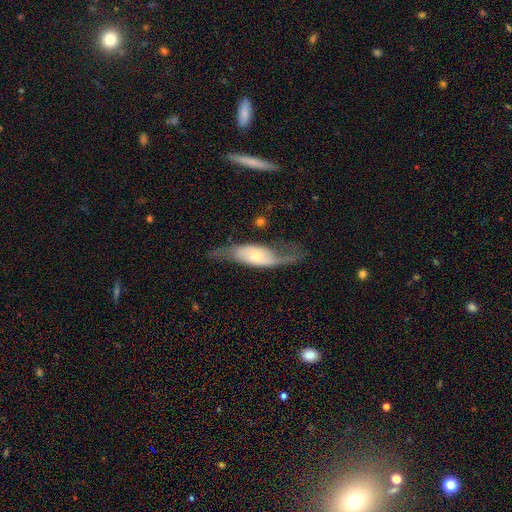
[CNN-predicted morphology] smooth_or_featured: featured or disk (p=0.73) [alt: smooth p=0.22]
disk_edge_on: no (p=0.80) [alt: yes p=0.20]
bar: no (p=0.64) [alt: weak p=0.26]
has_spiral_arms: yes (p=0.85) [alt: no p=0.15]
bulge_size: moderate (p=0.46) [alt: small p=0.44]
merging: none (p=0.52) [alt: minor disturbance p=0.23]